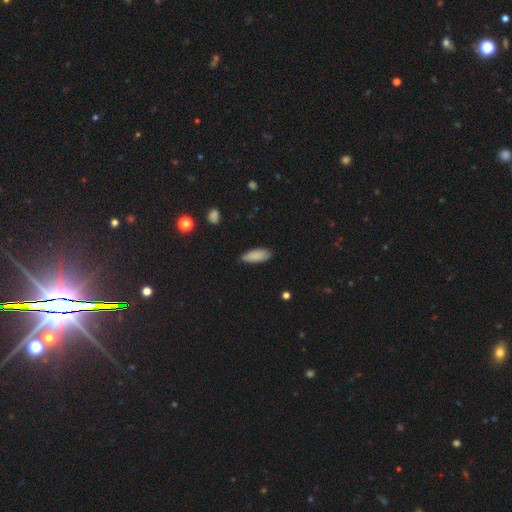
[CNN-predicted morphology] smooth-or-featured: smooth: 87% | featured or disk: 7% | star or artifact: 7%
  how-rounded: in between: 77% | cigar-shaped: 21% | round: 2%
  merging: none: 78% | minor disturbance: 18% | major disturbance: 3% | merger: 1%